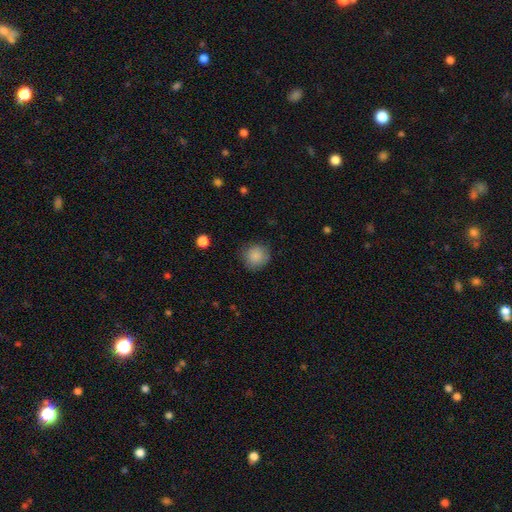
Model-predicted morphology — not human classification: A smooth galaxy with no disk features (87%) that is round (89%).

Vote fractions:
- Smooth or featured? smooth: 87% / star or artifact: 8% / featured or disk: 4%
- How rounded? round: 89% / in between: 10% / cigar-shaped: 1%
- Merging? none: 83% / minor disturbance: 13% / major disturbance: 3% / merger: 1%